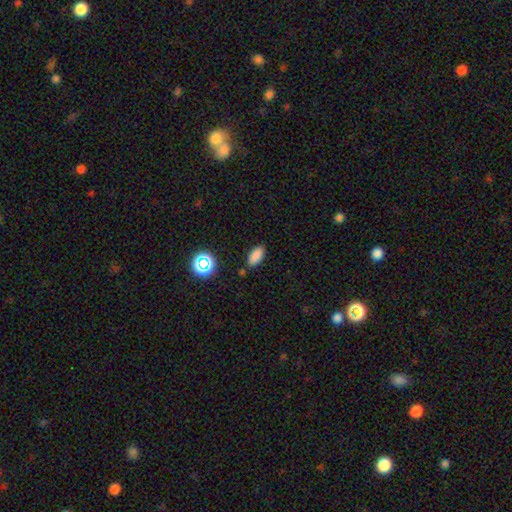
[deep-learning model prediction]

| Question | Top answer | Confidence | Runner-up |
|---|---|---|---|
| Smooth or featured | smooth | 82% | star or artifact (13%) |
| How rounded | in between | 87% | cigar-shaped (10%) |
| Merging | none | 85% | minor disturbance (10%) |